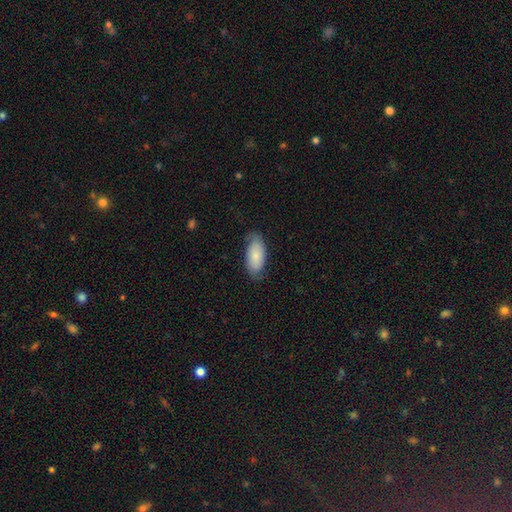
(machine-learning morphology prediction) Smooth or featured?
  - smooth: 75% *
  - featured or disk: 19%
  - star or artifact: 6%
How rounded?
  - in between: 92% *
  - cigar-shaped: 6%
  - round: 2%
Merging?
  - none: 70% *
  - minor disturbance: 23%
  - major disturbance: 6%
  - merger: 1%